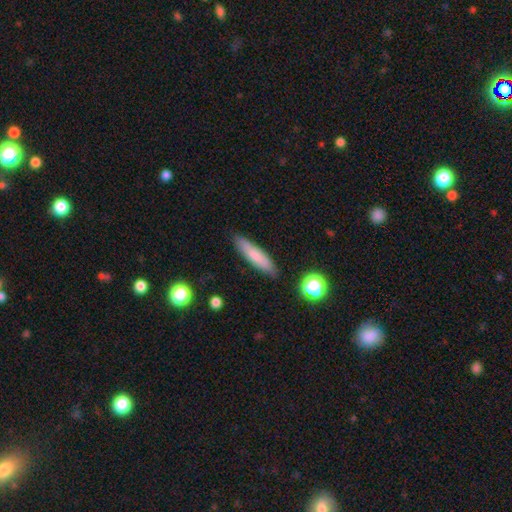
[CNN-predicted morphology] This appears to be a smooth galaxy with no disk features (76%) that is cigar-shaped (78%). Merging: none (86%).